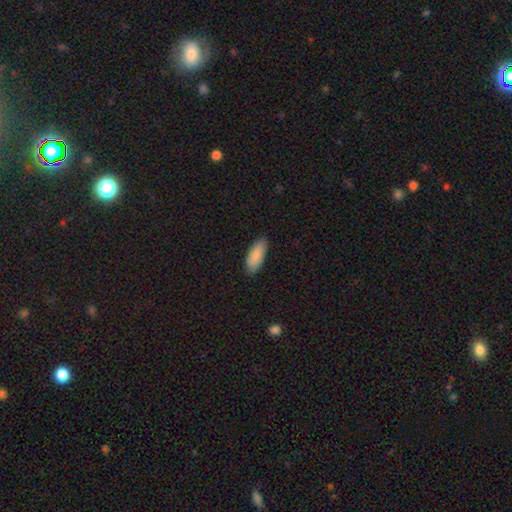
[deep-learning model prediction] smooth-or-featured: smooth: 88% | featured or disk: 6% | star or artifact: 6%
  how-rounded: in between: 80% | cigar-shaped: 19% | round: 2%
  merging: none: 83% | minor disturbance: 14% | major disturbance: 2% | merger: 1%